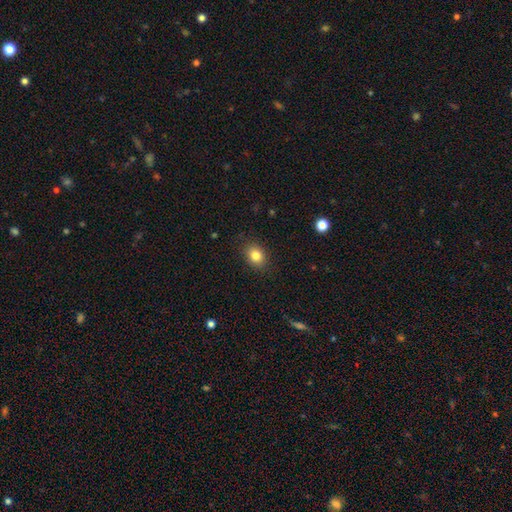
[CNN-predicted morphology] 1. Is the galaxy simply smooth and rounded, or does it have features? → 82% smooth, 10% star or artifact, 7% featured or disk.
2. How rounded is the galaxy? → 55% in between, 44% round, 1% cigar-shaped.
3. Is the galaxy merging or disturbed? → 87% none, 9% minor disturbance, 3% major disturbance, 1% merger.